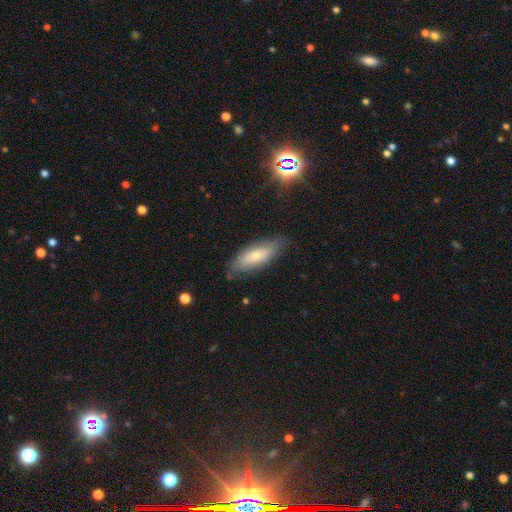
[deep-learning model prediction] smooth 61%, featured or disk 32%, star or artifact 7%. Down the decision tree: how rounded — in between (65%); merging — none (77%).